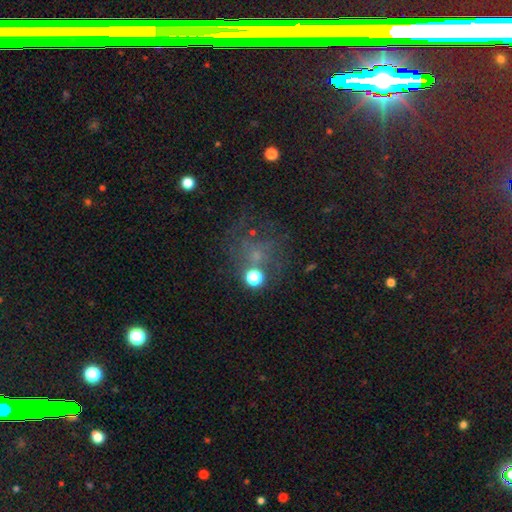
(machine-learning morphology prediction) type=smooth (37%); merging=none (52%).